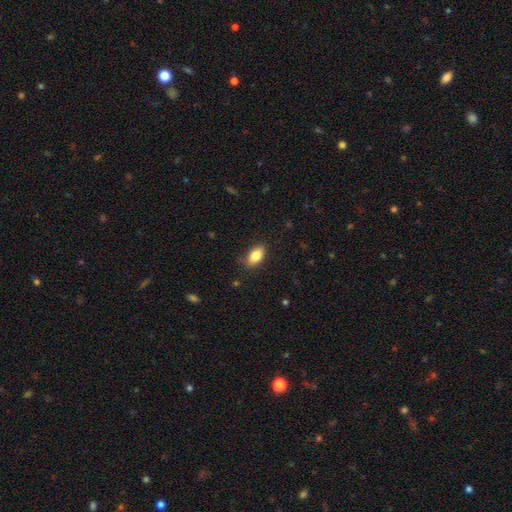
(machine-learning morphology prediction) type=smooth (83%); roundness=in between (90%); merging=none (81%).